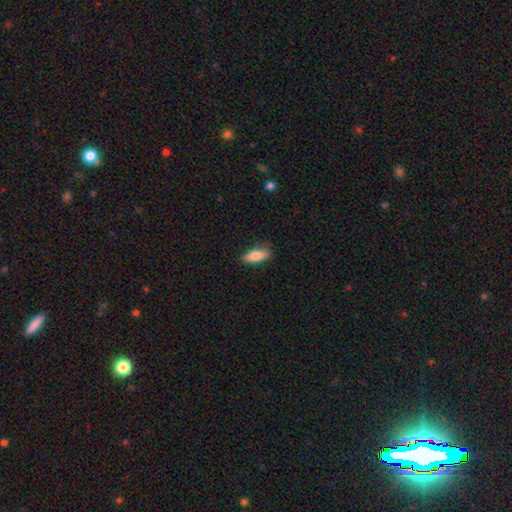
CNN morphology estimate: Smooth or featured: smooth — 80% (featured or disk — 14%)
How rounded: in between — 69% (cigar-shaped — 29%)
Merging: none — 80% (minor disturbance — 16%)